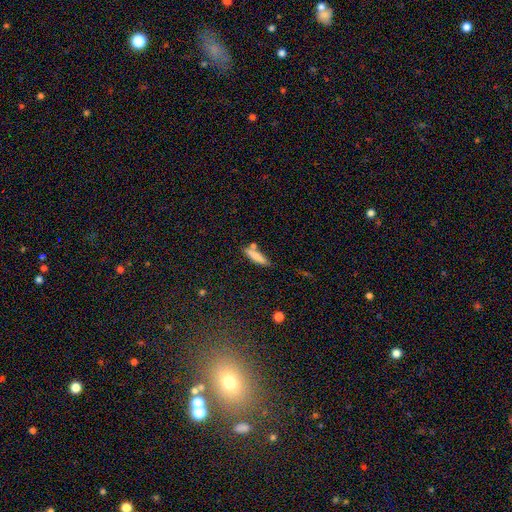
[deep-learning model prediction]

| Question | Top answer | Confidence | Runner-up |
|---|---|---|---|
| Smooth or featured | smooth | 78% | featured or disk (14%) |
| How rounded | cigar-shaped | 77% | in between (21%) |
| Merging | none | 70% | merger (14%) |